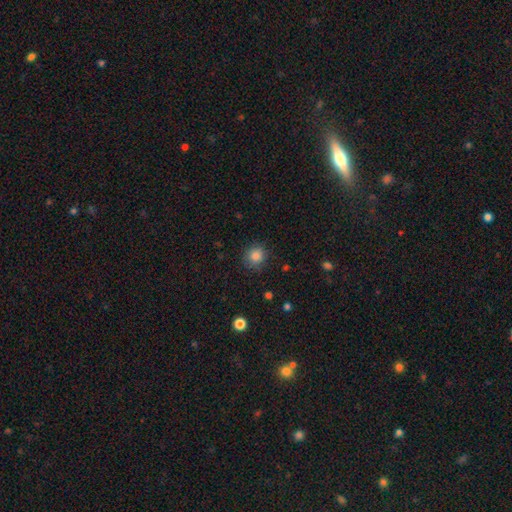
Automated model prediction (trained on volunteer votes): Smooth or featured?
  - smooth: 84% *
  - star or artifact: 11%
  - featured or disk: 5%
How rounded?
  - round: 89% *
  - in between: 10%
  - cigar-shaped: 1%
Merging?
  - none: 84% *
  - minor disturbance: 11%
  - major disturbance: 3%
  - merger: 1%